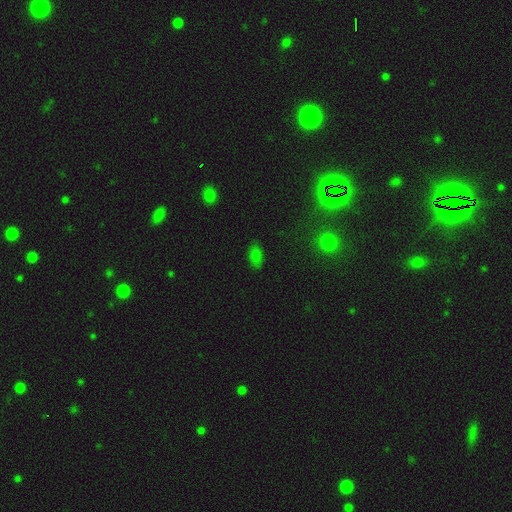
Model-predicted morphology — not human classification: smooth_or_featured: smooth (p=0.76) [alt: star or artifact p=0.19]
how_rounded: in between (p=0.90) [alt: round p=0.07]
merging: none (p=0.82) [alt: minor disturbance p=0.13]